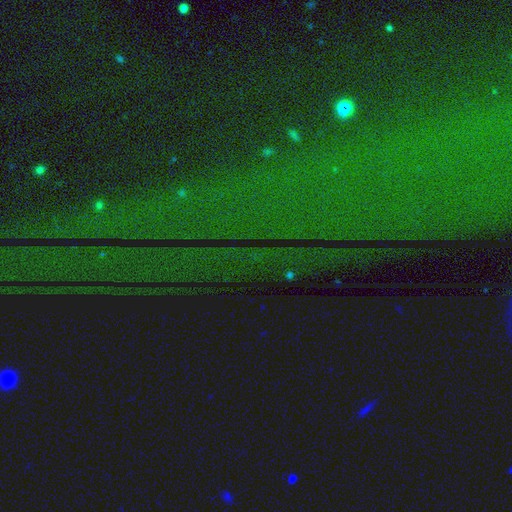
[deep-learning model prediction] Morphology: type=star or artifact (81%).